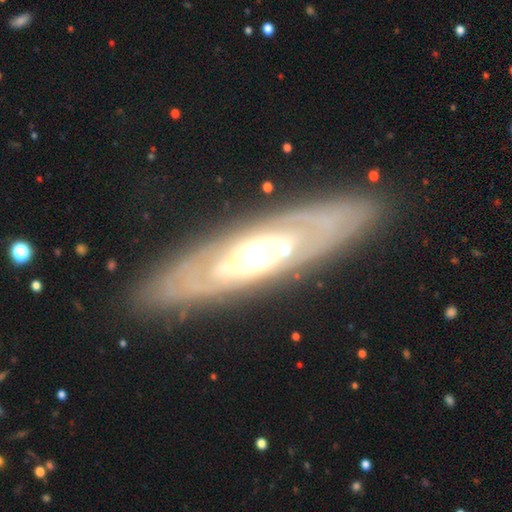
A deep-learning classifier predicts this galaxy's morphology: A featured or disk galaxy (79%) with no bar (79%), no spiral arms (52%) and a moderate central bulge (61%). Merging: none (84%).